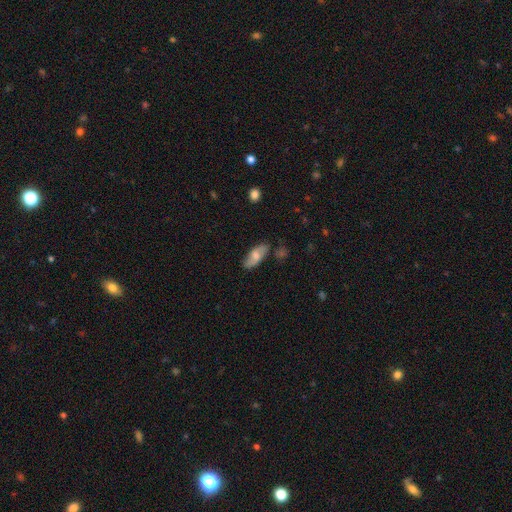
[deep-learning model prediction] The model was most divided on "smooth or featured": smooth: 61%, featured or disk: 33%, star or artifact: 7%. More confident: how rounded — in between (80%); merging — none (75%).